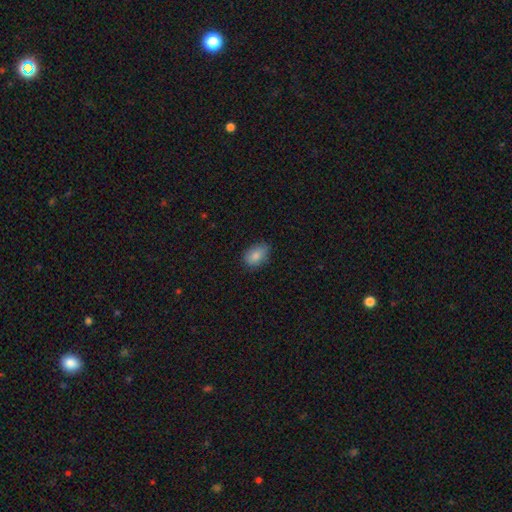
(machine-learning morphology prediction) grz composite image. It shows a smooth galaxy with no disk features (85%) that is in between round and cigar-shaped (85%). Merging: none (75%).